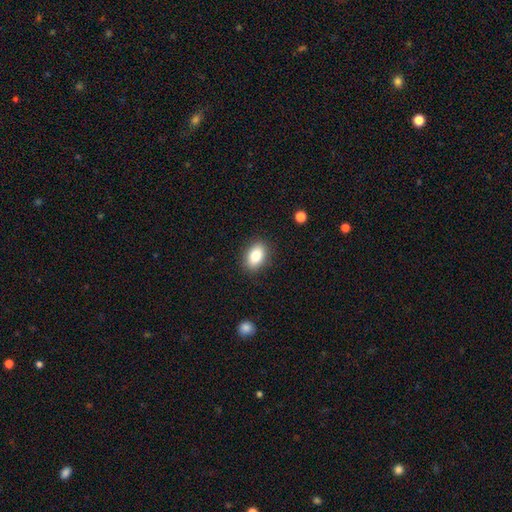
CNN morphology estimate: Smooth or featured?
  - smooth: 84% *
  - featured or disk: 8%
  - star or artifact: 8%
How rounded?
  - in between: 87% *
  - round: 11%
  - cigar-shaped: 2%
Merging?
  - none: 88% *
  - minor disturbance: 9%
  - major disturbance: 2%
  - merger: 1%